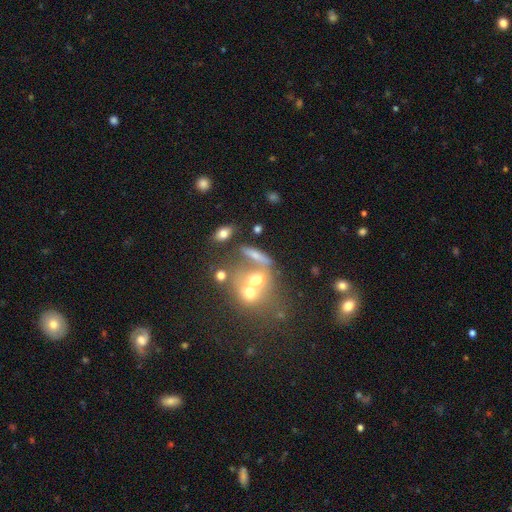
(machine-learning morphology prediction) The model was most divided on "merging": merger: 40%, none: 38%, minor disturbance: 12%, major disturbance: 10%. Remaining: smooth or featured — smooth (53%); how rounded — in between (41%).